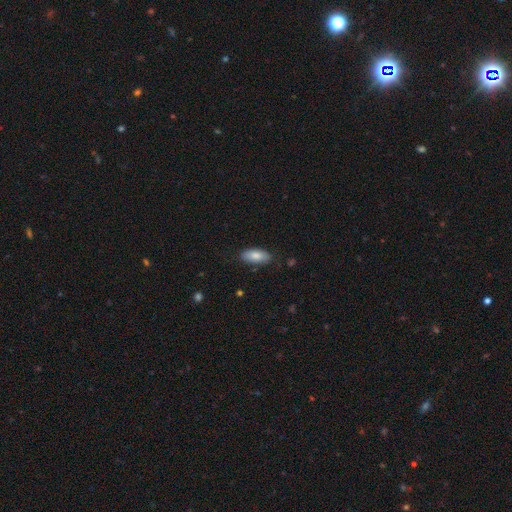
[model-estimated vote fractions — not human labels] This appears to be a smooth galaxy with no disk features (82%) that is in between round and cigar-shaped (86%). Merging: none (82%).